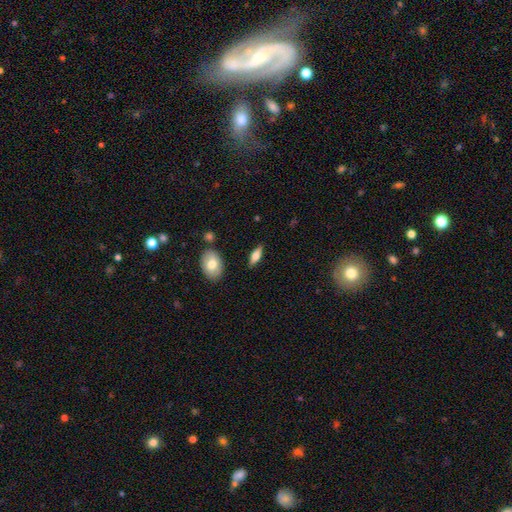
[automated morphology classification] Q: Smooth or featured?
A: smooth (63%); runner-up: featured or disk (30%)
Q: How rounded?
A: in between (69%); runner-up: cigar-shaped (27%)
Q: Merging?
A: none (85%); runner-up: minor disturbance (10%)